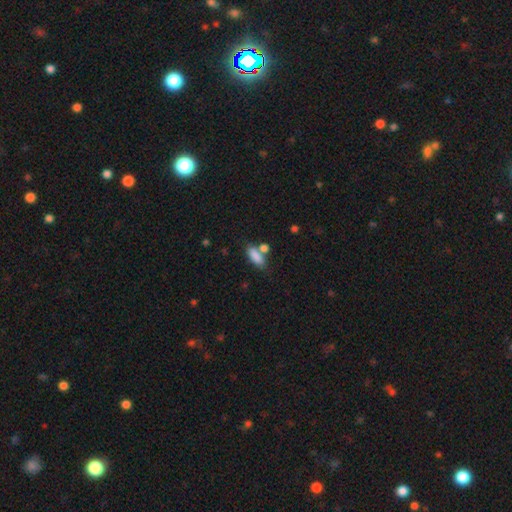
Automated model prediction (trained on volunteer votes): Q: Smooth or featured?
A: smooth (85%); runner-up: star or artifact (8%)
Q: How rounded?
A: in between (75%); runner-up: cigar-shaped (21%)
Q: Merging?
A: none (54%); runner-up: merger (27%)